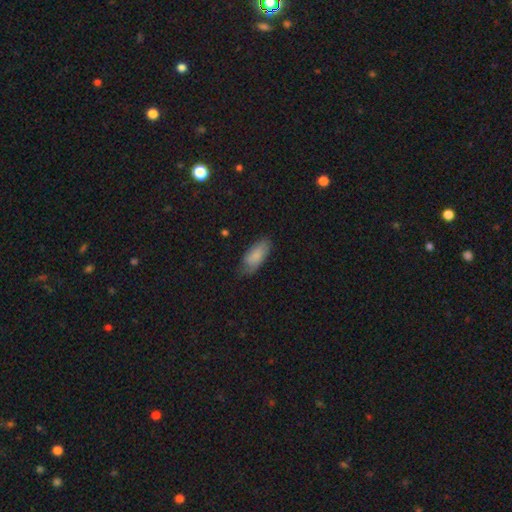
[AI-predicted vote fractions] A smooth galaxy with no disk features (80%) that is in between round and cigar-shaped (86%).

Vote fractions:
- Smooth or featured? smooth: 80% / featured or disk: 13% / star or artifact: 7%
- How rounded? in between: 86% / cigar-shaped: 12% / round: 2%
- Merging? none: 67% / minor disturbance: 26% / major disturbance: 6% / merger: 1%